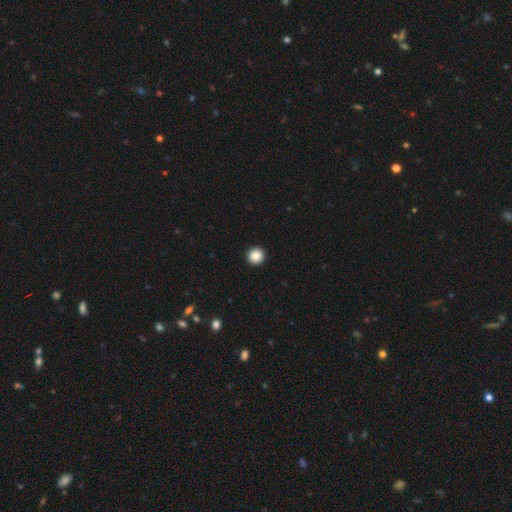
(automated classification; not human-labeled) smooth 87%, star or artifact 9%, featured or disk 3%. Down the decision tree: how rounded — round (95%); merging — none (94%).